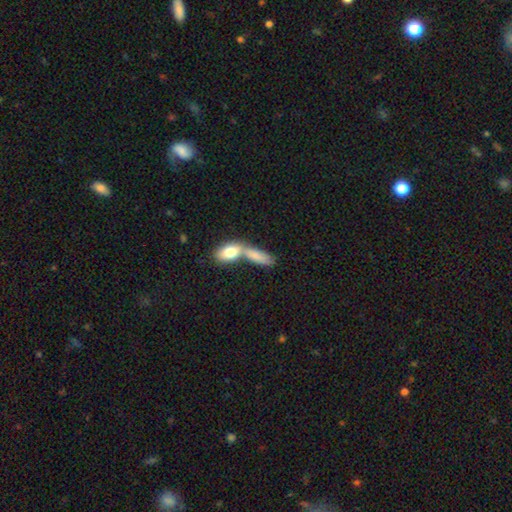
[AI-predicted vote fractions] smooth-or-featured: smooth: 77% | featured or disk: 16% | star or artifact: 7%
  how-rounded: in between: 70% | cigar-shaped: 26% | round: 4%
  merging: merger: 59% | none: 28% | minor disturbance: 9% | major disturbance: 4%